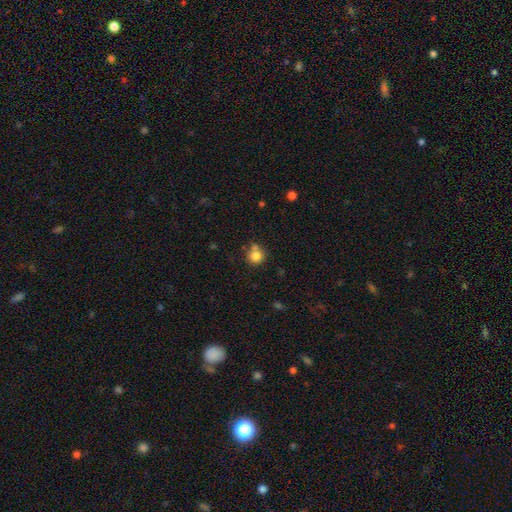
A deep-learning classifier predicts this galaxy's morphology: Q: Smooth or featured?
A: smooth (81%); runner-up: star or artifact (11%)
Q: How rounded?
A: round (89%); runner-up: in between (10%)
Q: Merging?
A: none (62%); runner-up: merger (19%)